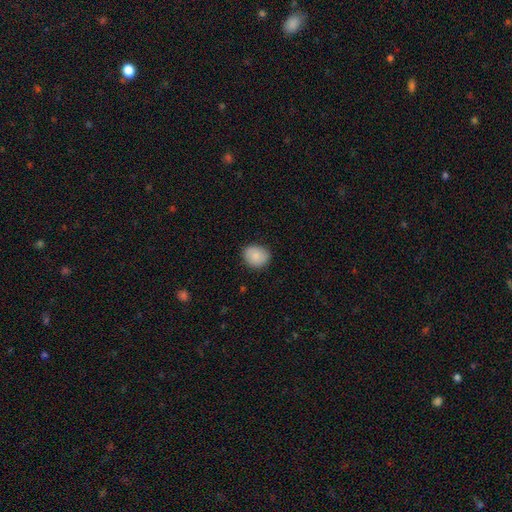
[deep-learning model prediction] Smooth or featured: smooth — 86% (star or artifact — 7%)
How rounded: round — 66% (in between — 33%)
Merging: none — 85% (minor disturbance — 12%)